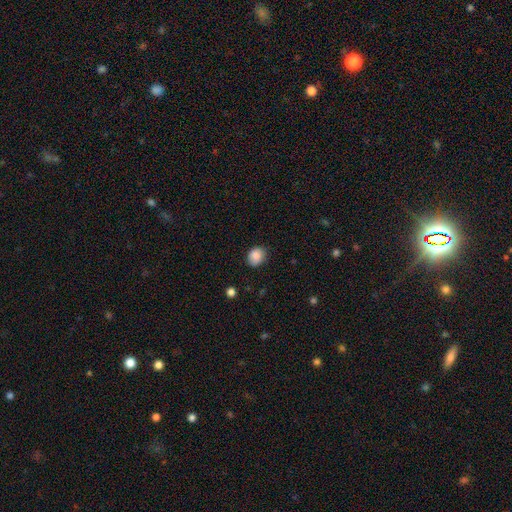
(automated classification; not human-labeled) A smooth galaxy with no disk features (84%) that is round (55%).

Vote fractions:
- Smooth or featured? smooth: 84% / star or artifact: 8% / featured or disk: 7%
- How rounded? round: 55% / in between: 44% / cigar-shaped: 1%
- Merging? none: 78% / minor disturbance: 18% / major disturbance: 3% / merger: 1%